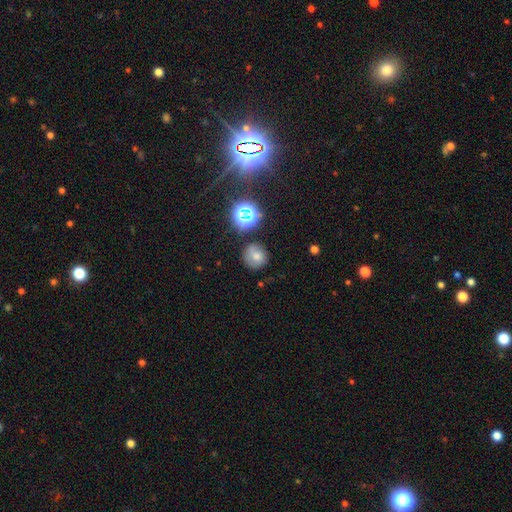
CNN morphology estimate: smooth-or-featured: smooth: 67% | star or artifact: 17% | featured or disk: 16%
  how-rounded: round: 88% | in between: 11% | cigar-shaped: 1%
  merging: none: 72% | minor disturbance: 18% | major disturbance: 6% | merger: 5%